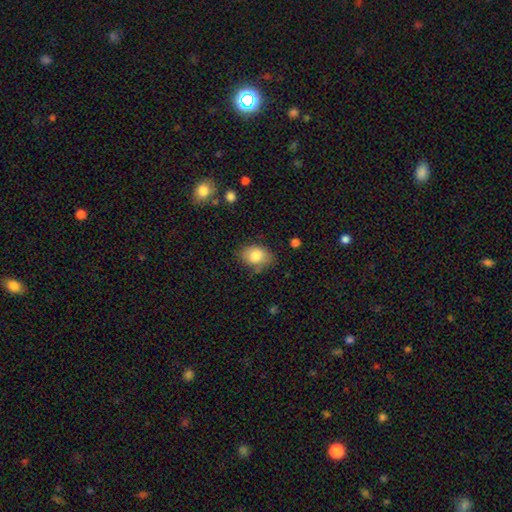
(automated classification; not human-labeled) Smooth or featured: smooth — 81% (featured or disk — 11%)
How rounded: in between — 75% (round — 24%)
Merging: none — 69% (minor disturbance — 24%)